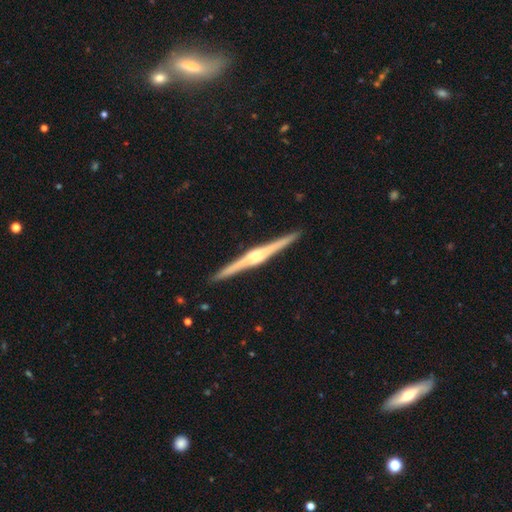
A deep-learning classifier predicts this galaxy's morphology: Smooth or featured?
  - featured or disk: 86% *
  - smooth: 10%
  - star or artifact: 4%
Edge-on disk?
  - yes: 99% *
  - no: 1%
Edge-on bulge?
  - rounded: 68% *
  - boxy: 24%
  - none: 8%
Merging?
  - none: 93% *
  - minor disturbance: 5%
  - major disturbance: 1%
  - merger: 1%